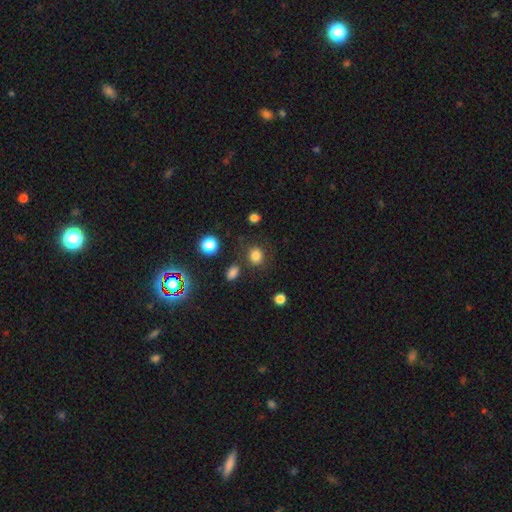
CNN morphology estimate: smooth 81%, star or artifact 13%, featured or disk 5%. Down the decision tree: how rounded — round (77%); merging — none (79%).